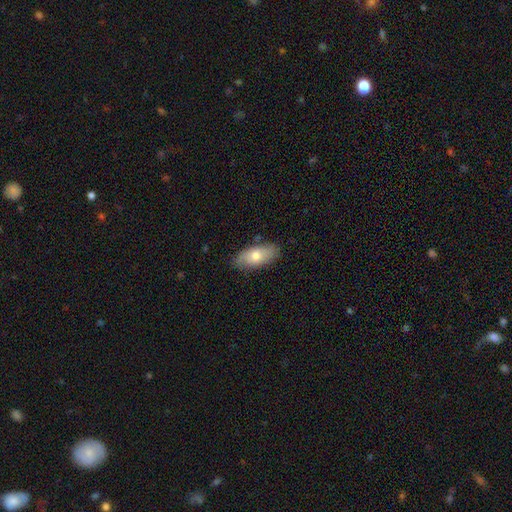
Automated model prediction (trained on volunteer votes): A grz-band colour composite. It shows a smooth galaxy with no disk features (70%) that is in between round and cigar-shaped (87%). Merging: none (81%).